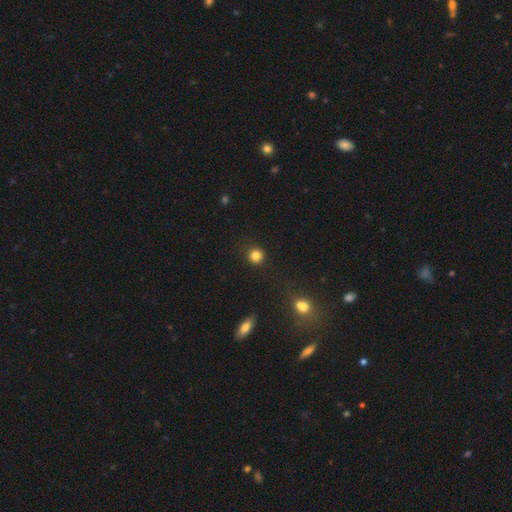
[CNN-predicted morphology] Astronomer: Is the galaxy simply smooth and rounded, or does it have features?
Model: smooth — 84%.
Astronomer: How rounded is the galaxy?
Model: round — 92%.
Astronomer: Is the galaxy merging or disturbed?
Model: none — 89%.